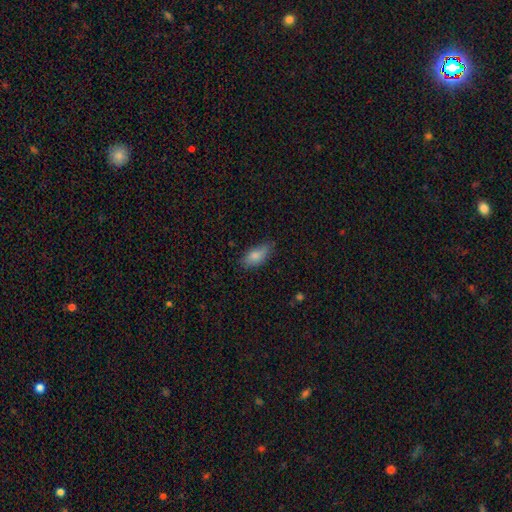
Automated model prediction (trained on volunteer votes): The model was most divided on "merging": none: 72%, minor disturbance: 22%, major disturbance: 4%, merger: 1%. More confident: how rounded — in between (86%); smooth or featured — smooth (81%).